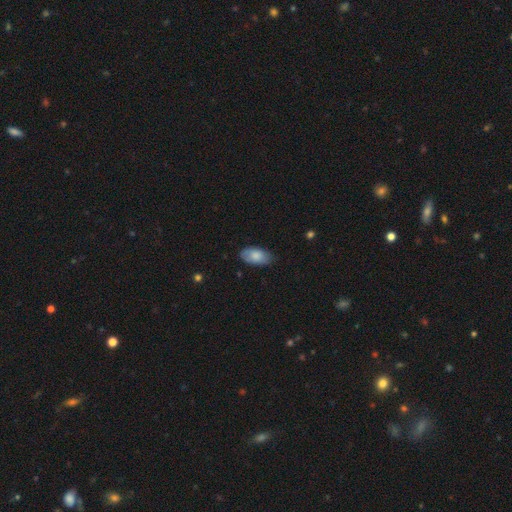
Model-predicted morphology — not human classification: The model was most divided on "merging": none: 77%, minor disturbance: 19%, major disturbance: 3%, merger: 1%. More confident: how rounded — in between (95%); smooth or featured — smooth (81%).